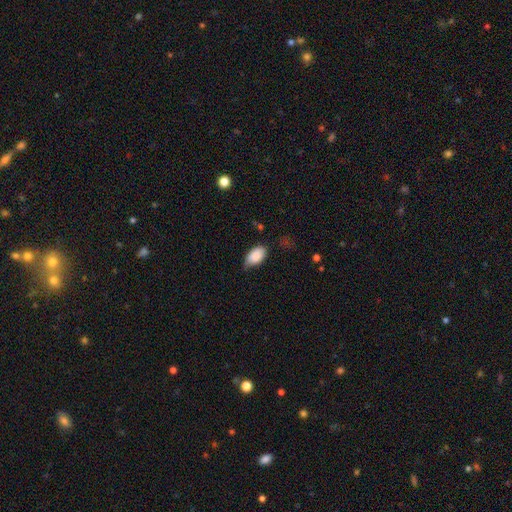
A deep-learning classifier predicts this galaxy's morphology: The model was most divided on "merging": none: 57%, minor disturbance: 34%, major disturbance: 7%, merger: 2%. More confident: how rounded — in between (93%); smooth or featured — smooth (88%).